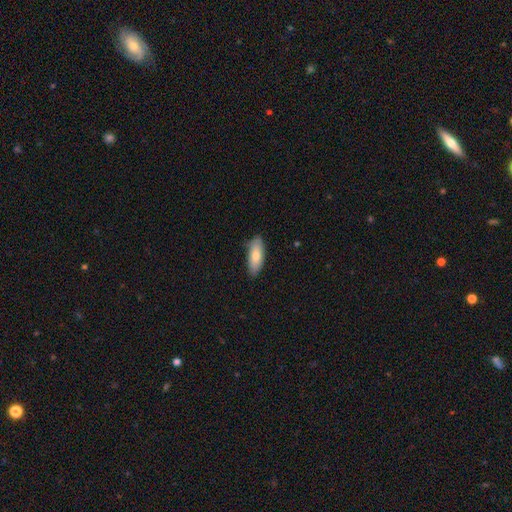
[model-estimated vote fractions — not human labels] Smooth or featured?
  - smooth: 78% *
  - featured or disk: 16%
  - star or artifact: 6%
How rounded?
  - in between: 75% *
  - cigar-shaped: 23%
  - round: 2%
Merging?
  - none: 84% *
  - minor disturbance: 13%
  - major disturbance: 2%
  - merger: 1%